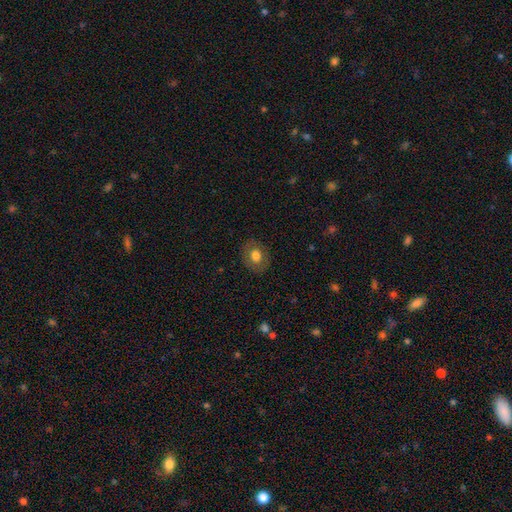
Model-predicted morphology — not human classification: smooth-or-featured: smooth: 74% | featured or disk: 17% | star or artifact: 9%
  how-rounded: round: 53% | in between: 46% | cigar-shaped: 1%
  merging: none: 85% | minor disturbance: 11% | major disturbance: 3% | merger: 1%